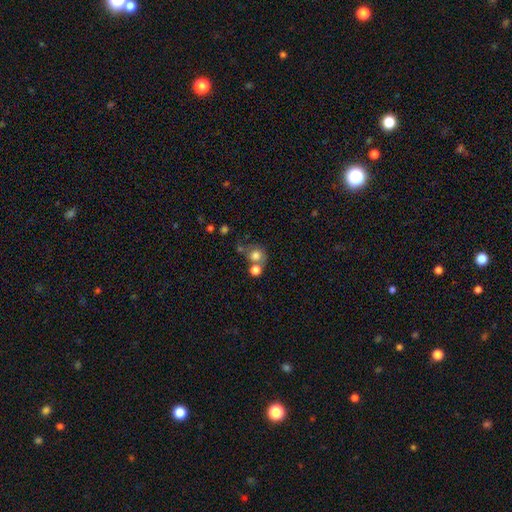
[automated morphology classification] Q: Smooth or featured?
A: smooth (74%); runner-up: featured or disk (14%)
Q: How rounded?
A: round (78%); runner-up: in between (21%)
Q: Merging?
A: none (42%); runner-up: merger (38%)